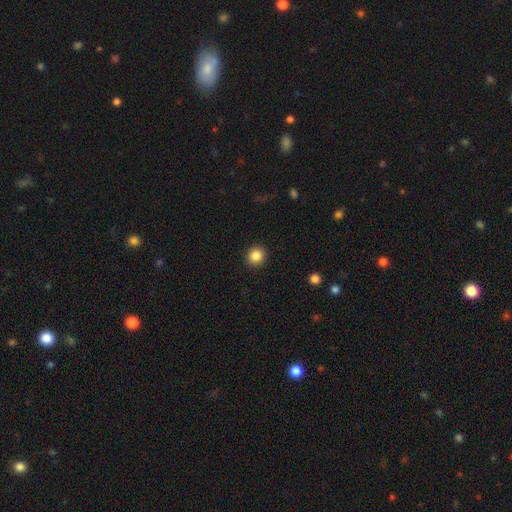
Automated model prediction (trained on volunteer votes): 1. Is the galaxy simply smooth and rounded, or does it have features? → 86% smooth, 10% star or artifact, 4% featured or disk.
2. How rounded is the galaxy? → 91% round, 8% in between, 1% cigar-shaped.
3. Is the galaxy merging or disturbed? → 92% none, 5% minor disturbance, 2% major disturbance, 1% merger.